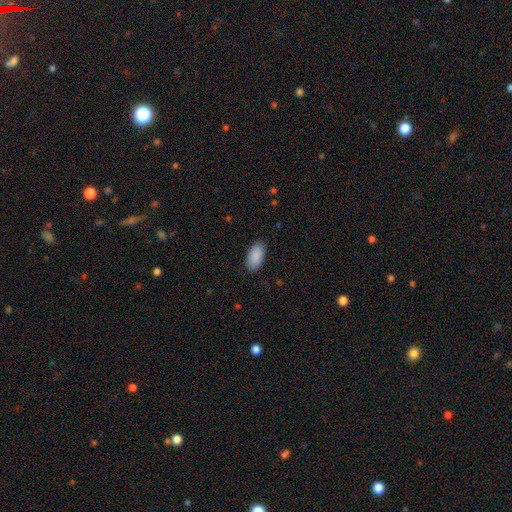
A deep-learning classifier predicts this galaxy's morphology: smooth 91%, star or artifact 6%, featured or disk 3%. Down the decision tree: how rounded — in between (95%); merging — none (86%).